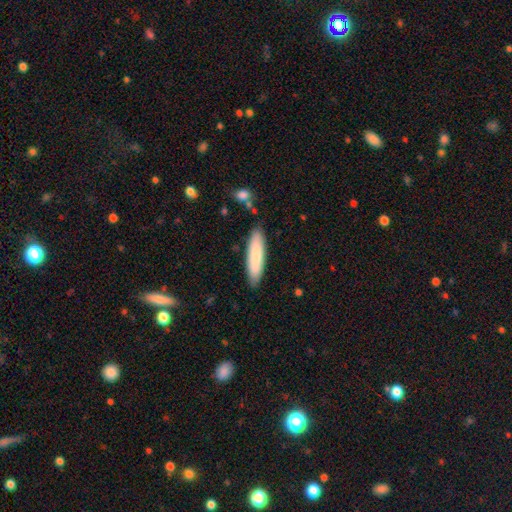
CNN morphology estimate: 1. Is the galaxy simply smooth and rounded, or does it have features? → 81% smooth, 13% featured or disk, 6% star or artifact.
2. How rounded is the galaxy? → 77% cigar-shaped, 22% in between, 1% round.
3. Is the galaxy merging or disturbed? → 87% none, 9% minor disturbance, 2% merger, 2% major disturbance.